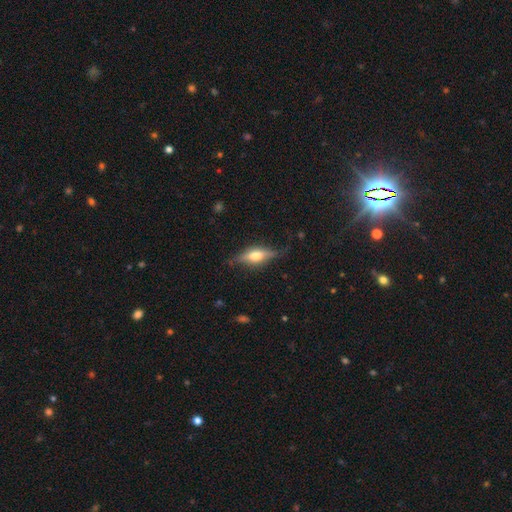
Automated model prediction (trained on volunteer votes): The model was most divided on "smooth or featured": featured or disk: 58%, smooth: 35%, star or artifact: 7%. More confident: edge-on disk — yes (90%); edge-on bulge — rounded (89%); merging — none (74%).